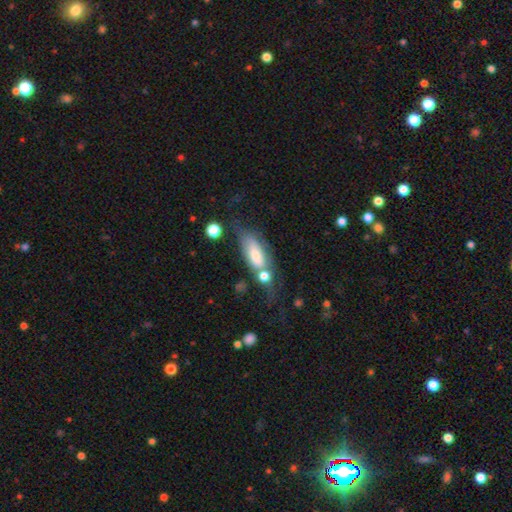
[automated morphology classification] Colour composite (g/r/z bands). It shows a smooth galaxy with no disk features (70%) that is in between round and cigar-shaped (77%). Merging: none (33%).